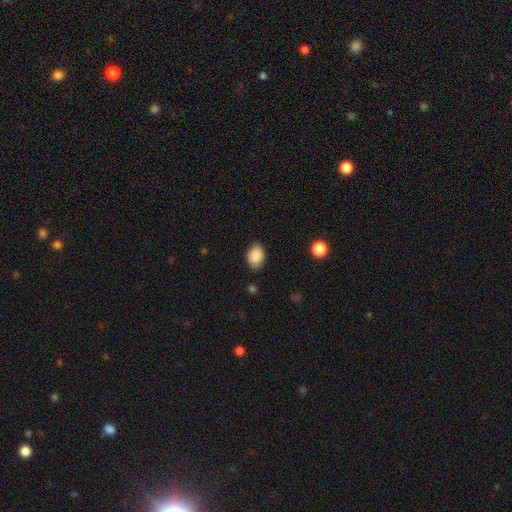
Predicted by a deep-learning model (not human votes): smooth_or_featured: smooth (p=0.89) [alt: star or artifact p=0.08]
how_rounded: in between (p=0.75) [alt: round p=0.24]
merging: none (p=0.85) [alt: minor disturbance p=0.11]